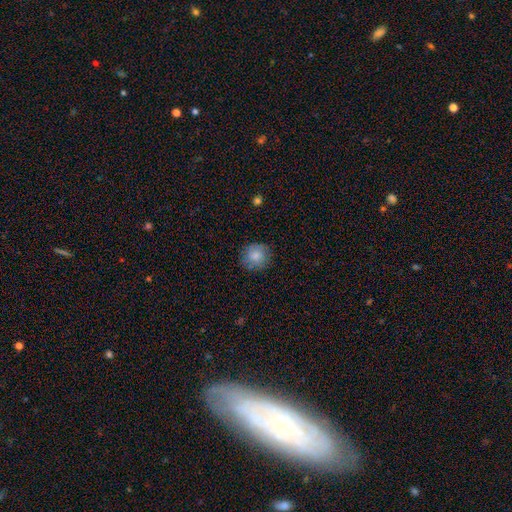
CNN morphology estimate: smooth_or_featured: smooth (p=0.80) [alt: featured or disk p=0.12]
how_rounded: round (p=0.89) [alt: in between p=0.10]
merging: none (p=0.82) [alt: minor disturbance p=0.13]